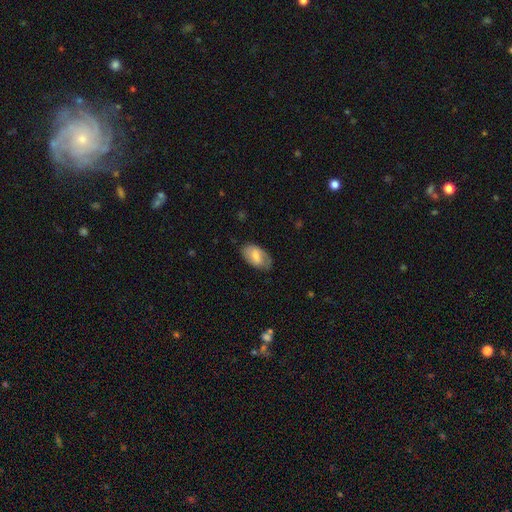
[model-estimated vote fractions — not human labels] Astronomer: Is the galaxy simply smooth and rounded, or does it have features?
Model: smooth — 63%.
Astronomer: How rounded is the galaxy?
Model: in between — 93%.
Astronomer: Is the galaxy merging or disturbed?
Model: none — 68%.